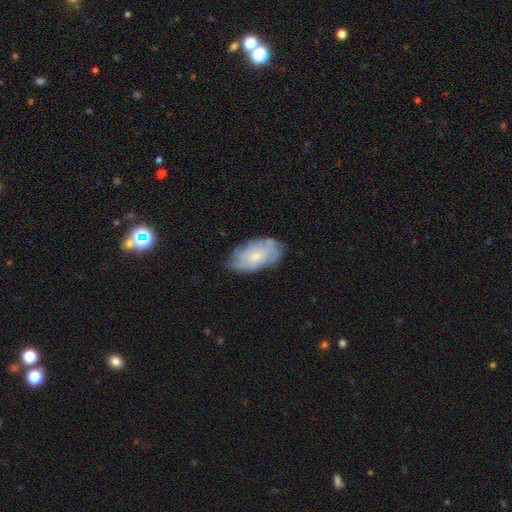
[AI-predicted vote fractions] The model was most divided on "smooth or featured": featured or disk: 56%, smooth: 37%, star or artifact: 7%. More confident: edge-on disk — no (94%); bar — no (78%); spiral arms — yes (75%); merging — none (70%); bulge size — small (63%).